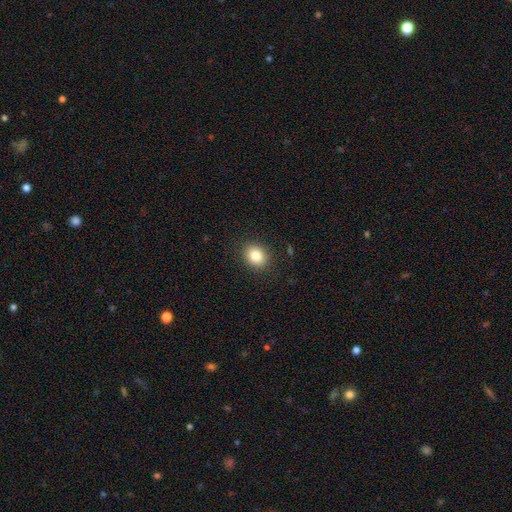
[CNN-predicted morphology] This appears to be a smooth galaxy with no disk features (83%) that is round (61%). Merging: none (89%).